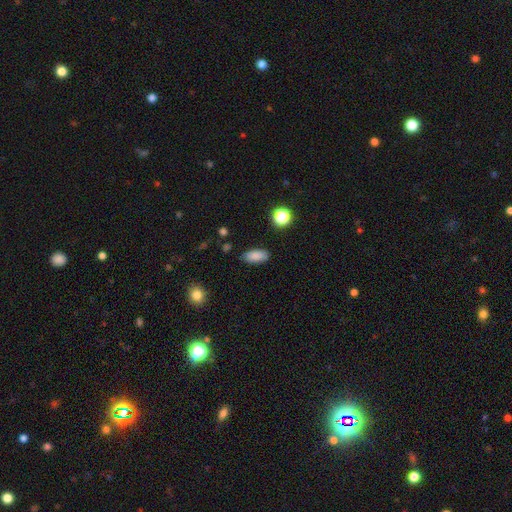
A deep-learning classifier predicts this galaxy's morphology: This is clearly a smooth galaxy (85%). How rounded: clearly in between (88%). Merging: clearly none (84%).